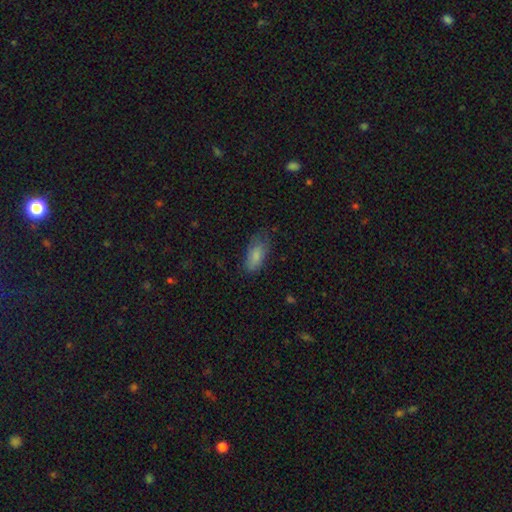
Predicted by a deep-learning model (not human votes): This is clearly a smooth galaxy (83%). How rounded: clearly in between (87%). Merging: possibly none (60%).